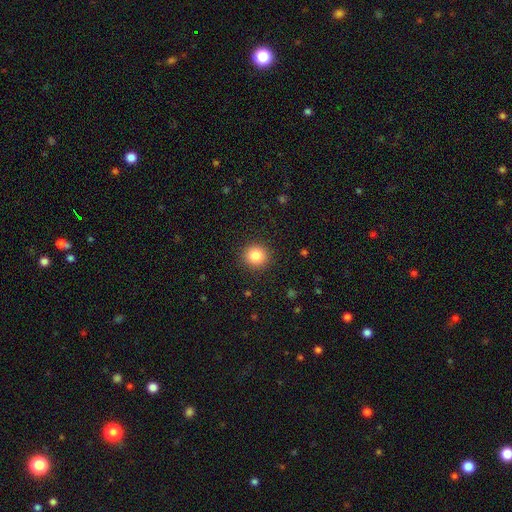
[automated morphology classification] Smooth or featured? smooth (84%)
How rounded? round (93%)
Merging? none (91%)